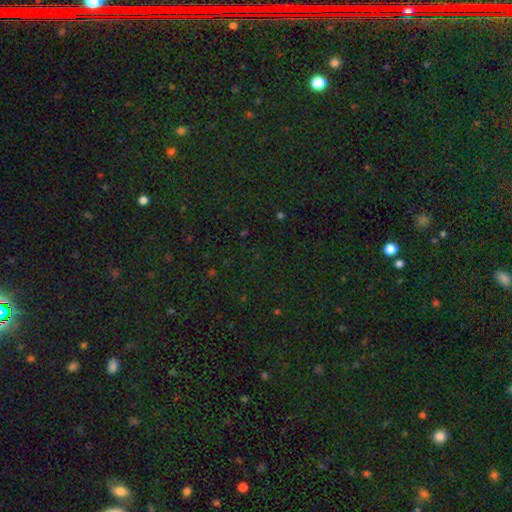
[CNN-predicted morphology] Smooth or featured? star or artifact (79%)